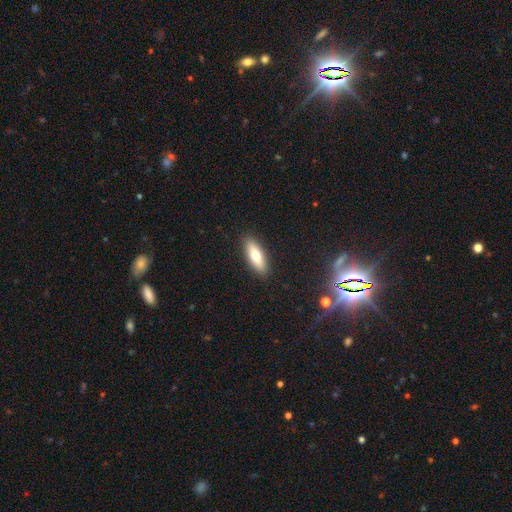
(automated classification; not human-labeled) Morphology: type=smooth (70%); roundness=in between (59%); merging=none (90%).